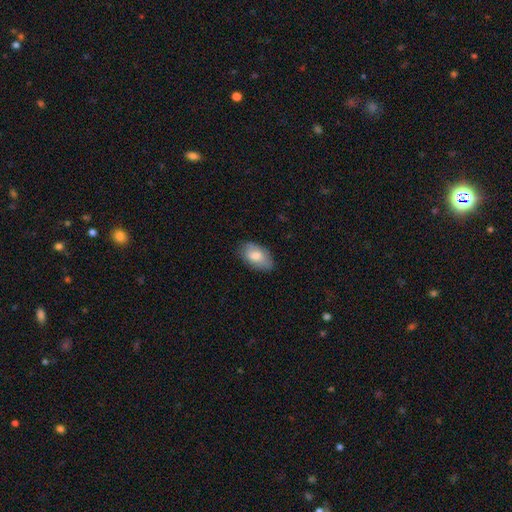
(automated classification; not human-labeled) A smooth galaxy with no disk features (76%) that is in between round and cigar-shaped (93%). Merging: none (74%).